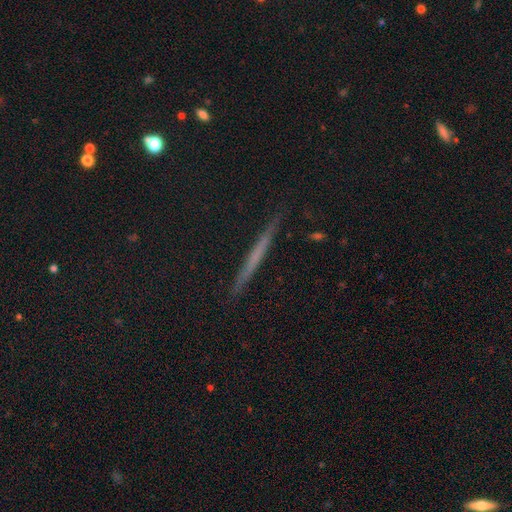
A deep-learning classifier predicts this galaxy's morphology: This appears to be a featured or disk galaxy (47%). Merging: none (91%).